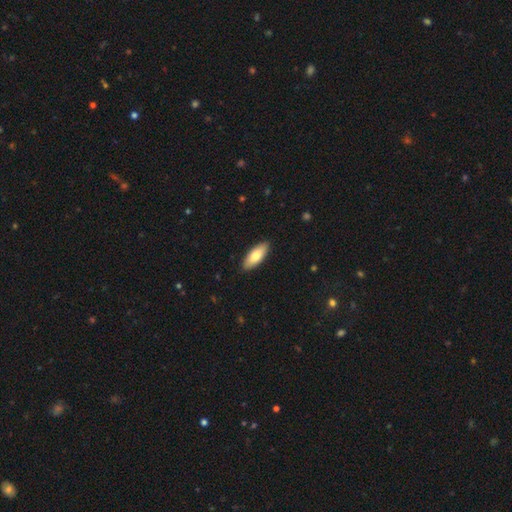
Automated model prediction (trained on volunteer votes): This appears to be a smooth galaxy with no disk features (80%) that is in between round and cigar-shaped (76%). Merging: none (89%).